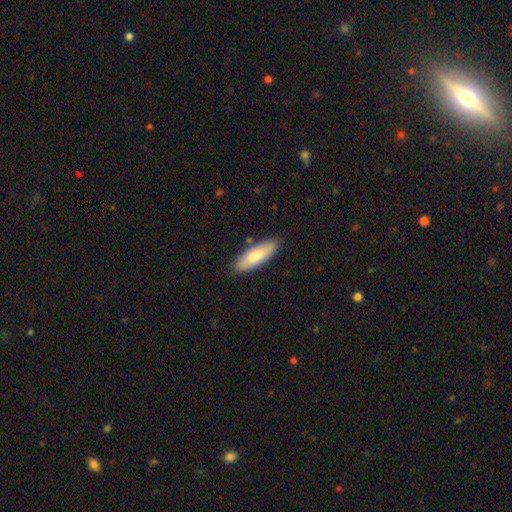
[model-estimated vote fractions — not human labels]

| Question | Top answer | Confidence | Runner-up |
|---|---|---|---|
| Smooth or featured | smooth | 80% | featured or disk (15%) |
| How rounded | in between | 55% | cigar-shaped (44%) |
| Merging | none | 85% | minor disturbance (11%) |